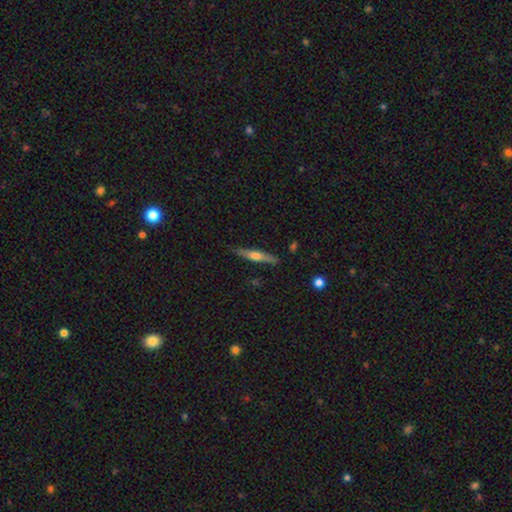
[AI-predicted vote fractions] featured or disk 55%, smooth 39%, star or artifact 6%. Down the decision tree: edge-on disk — yes (95%); edge-on bulge — rounded (87%); merging — none (85%).